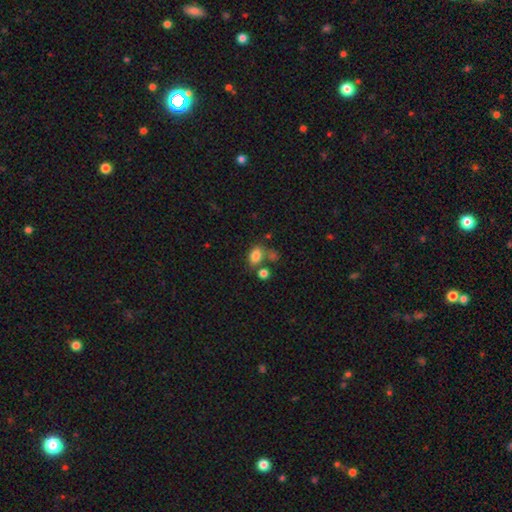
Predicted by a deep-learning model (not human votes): Smooth or featured? smooth (80%)
How rounded? in between (81%)
Merging? none (54%)